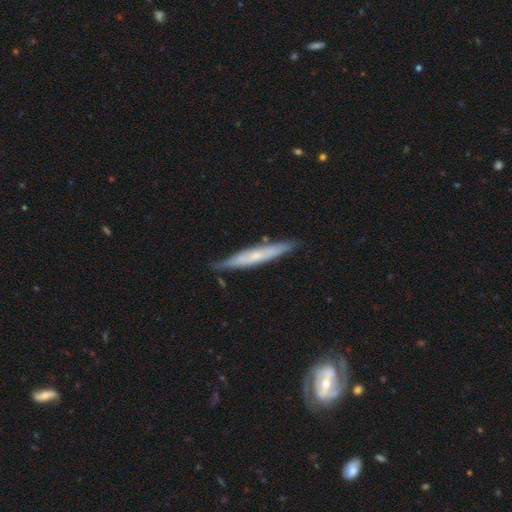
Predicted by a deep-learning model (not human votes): Smooth or featured: featured or disk — 54% (smooth — 41%)
Edge-on disk: yes — 87% (no — 13%)
Merging: none — 82% (minor disturbance — 14%)